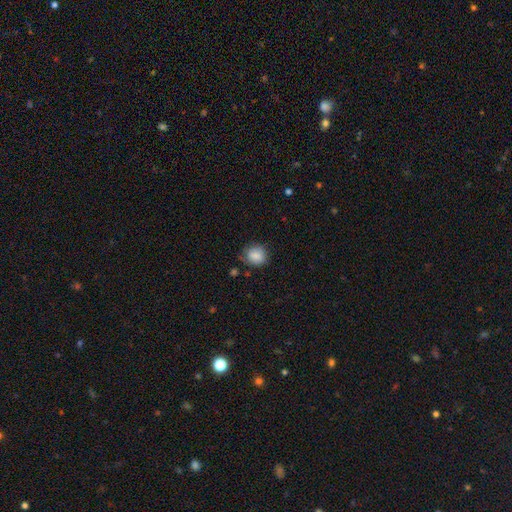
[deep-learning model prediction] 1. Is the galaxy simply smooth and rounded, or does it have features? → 85% smooth, 8% star or artifact, 7% featured or disk.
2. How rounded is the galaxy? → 72% round, 27% in between, 1% cigar-shaped.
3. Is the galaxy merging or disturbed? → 72% none, 21% minor disturbance, 5% major disturbance, 2% merger.